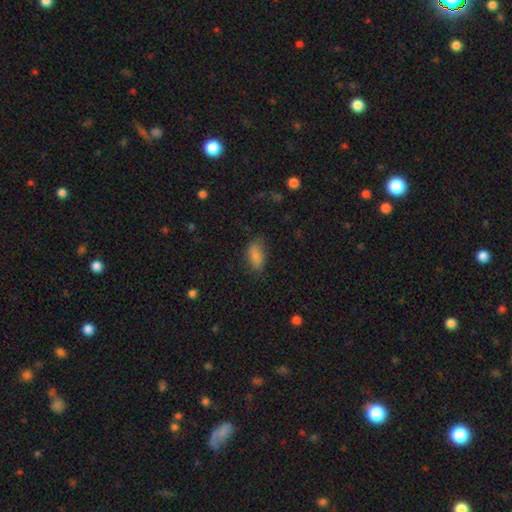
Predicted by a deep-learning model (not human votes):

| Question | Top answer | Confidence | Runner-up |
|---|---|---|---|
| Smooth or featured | smooth | 83% | star or artifact (10%) |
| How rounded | in between | 89% | cigar-shaped (6%) |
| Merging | none | 65% | minor disturbance (24%) |